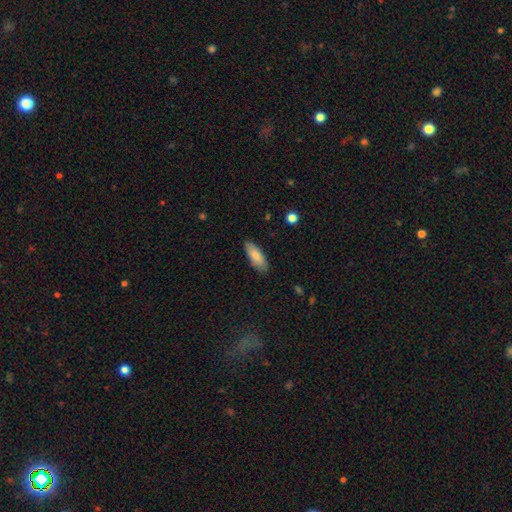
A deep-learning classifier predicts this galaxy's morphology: A smooth galaxy with no disk features (82%) that is in between round and cigar-shaped (73%).

Vote fractions:
- Smooth or featured? smooth: 82% / featured or disk: 12% / star or artifact: 6%
- How rounded? in between: 73% / cigar-shaped: 25% / round: 2%
- Merging? none: 85% / minor disturbance: 11% / major disturbance: 2% / merger: 1%